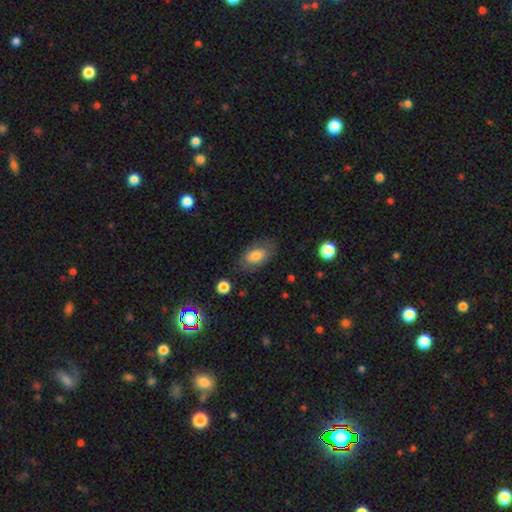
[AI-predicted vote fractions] A smooth galaxy with no disk features (76%) that is in between round and cigar-shaped (90%).

Vote fractions:
- Smooth or featured? smooth: 76% / featured or disk: 16% / star or artifact: 8%
- How rounded? in between: 90% / round: 7% / cigar-shaped: 2%
- Merging? none: 74% / minor disturbance: 18% / major disturbance: 7% / merger: 2%